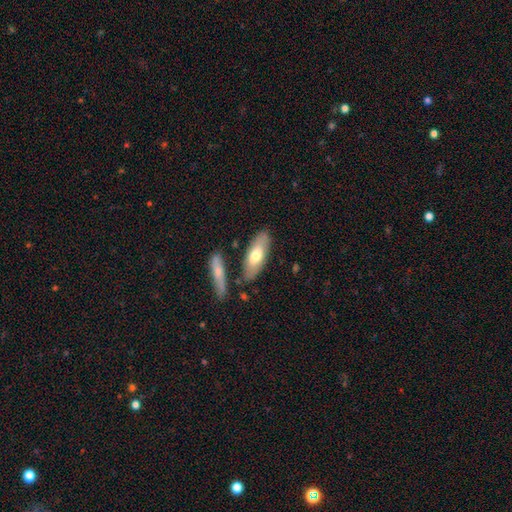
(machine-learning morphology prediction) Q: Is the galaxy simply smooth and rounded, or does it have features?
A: smooth — 64%.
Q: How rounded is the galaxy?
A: in between — 68%.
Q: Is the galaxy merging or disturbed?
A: none — 78%.